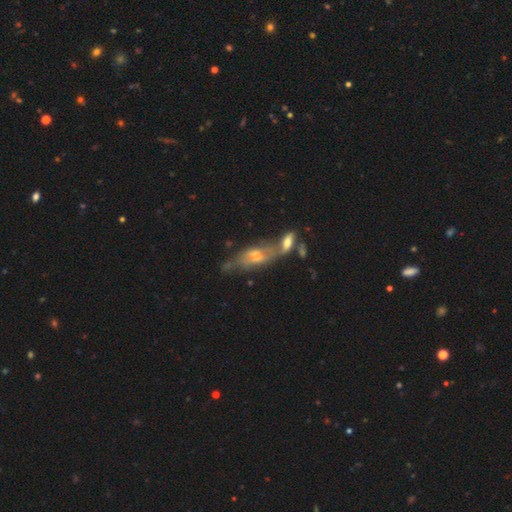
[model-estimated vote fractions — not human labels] This appears to be a featured or disk galaxy (62%). Merging: merger (45%).